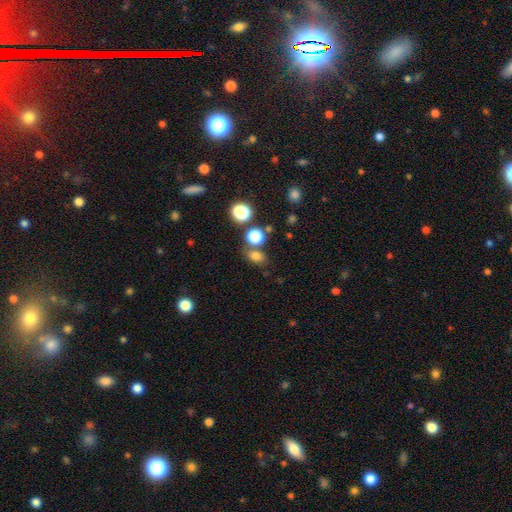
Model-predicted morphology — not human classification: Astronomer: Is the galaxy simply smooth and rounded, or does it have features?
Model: smooth — 75%.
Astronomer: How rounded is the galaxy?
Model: in between — 58% (runner-up: round, 40%).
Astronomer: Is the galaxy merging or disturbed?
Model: none — 65%.